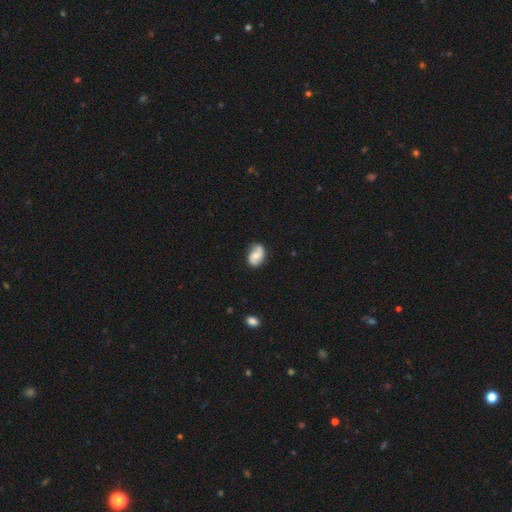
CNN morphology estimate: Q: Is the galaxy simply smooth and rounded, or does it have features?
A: featured or disk — 51%.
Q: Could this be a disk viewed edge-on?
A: no — 97%.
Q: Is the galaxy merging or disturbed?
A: none — 69%.